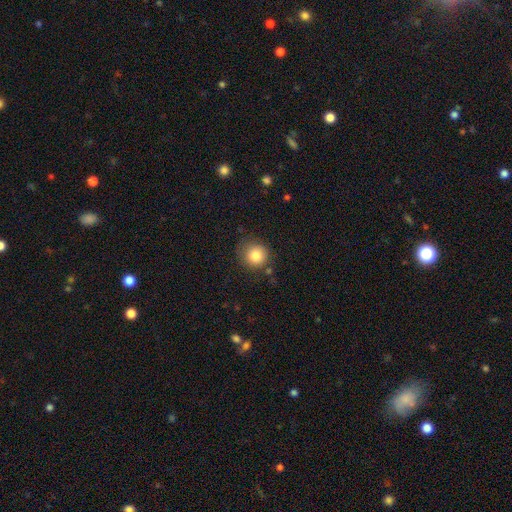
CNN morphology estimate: type=smooth (83%); roundness=round (90%); merging=none (78%).